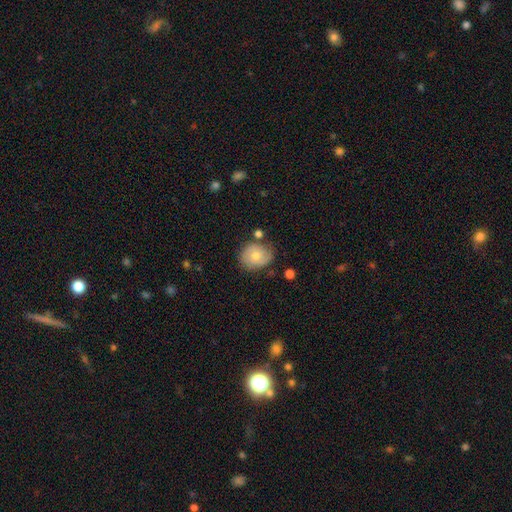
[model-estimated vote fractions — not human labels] smooth_or_featured: smooth (p=0.62) [alt: featured or disk p=0.30]
how_rounded: round (p=0.59) [alt: in between p=0.40]
merging: none (p=0.65) [alt: minor disturbance p=0.23]